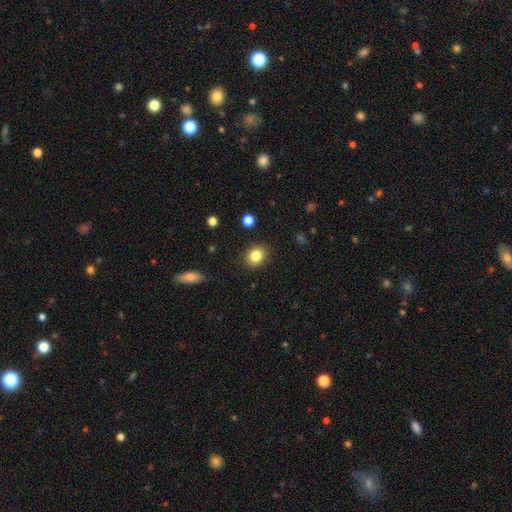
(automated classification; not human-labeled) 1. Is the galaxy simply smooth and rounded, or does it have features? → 84% smooth, 10% star or artifact, 6% featured or disk.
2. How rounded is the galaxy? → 69% round, 30% in between, 1% cigar-shaped.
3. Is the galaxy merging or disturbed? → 89% none, 8% minor disturbance, 2% major disturbance, 1% merger.